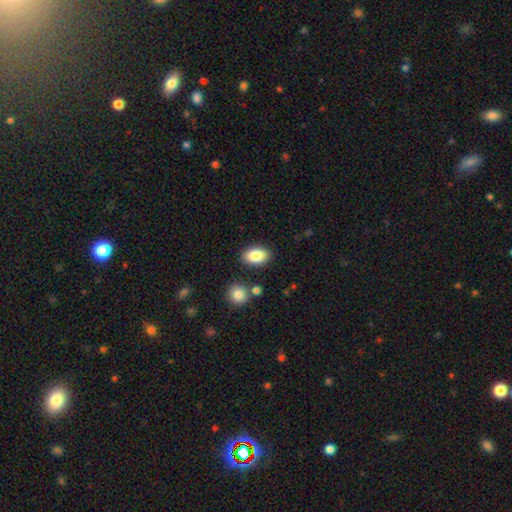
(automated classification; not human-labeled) The model was most divided on "merging": none: 84%, minor disturbance: 10%, merger: 4%, major disturbance: 3%. More confident: how rounded — in between (91%); smooth or featured — smooth (86%).